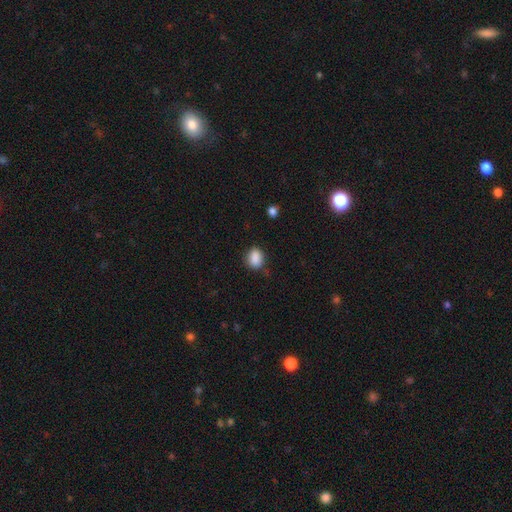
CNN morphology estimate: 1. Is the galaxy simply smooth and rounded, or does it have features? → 87% smooth, 9% star or artifact, 4% featured or disk.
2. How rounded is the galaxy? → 57% in between, 42% round, 1% cigar-shaped.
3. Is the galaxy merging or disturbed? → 74% none, 19% minor disturbance, 4% major disturbance, 2% merger.